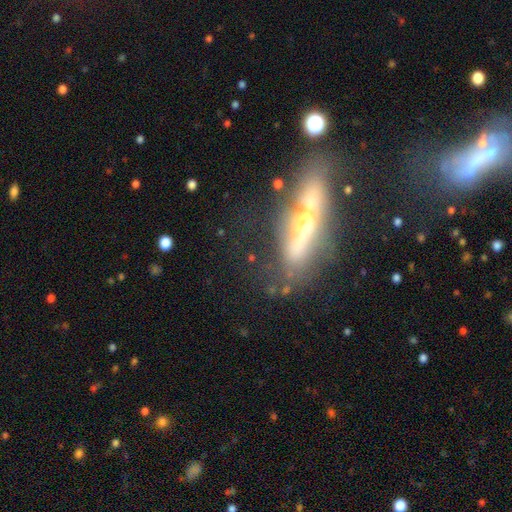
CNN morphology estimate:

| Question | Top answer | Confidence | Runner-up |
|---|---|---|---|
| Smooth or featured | featured or disk | 59% | smooth (28%) |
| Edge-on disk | yes | 67% | no (33%) |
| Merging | none | 55% | minor disturbance (21%) |